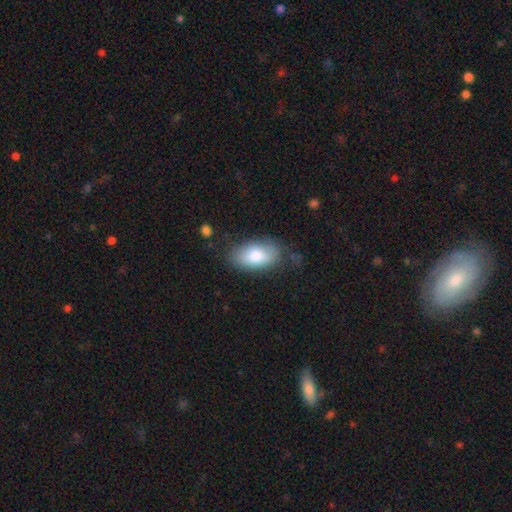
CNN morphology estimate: smooth-or-featured: smooth: 79% | featured or disk: 15% | star or artifact: 7%
  how-rounded: in between: 93% | round: 4% | cigar-shaped: 3%
  merging: none: 73% | minor disturbance: 20% | major disturbance: 6% | merger: 2%